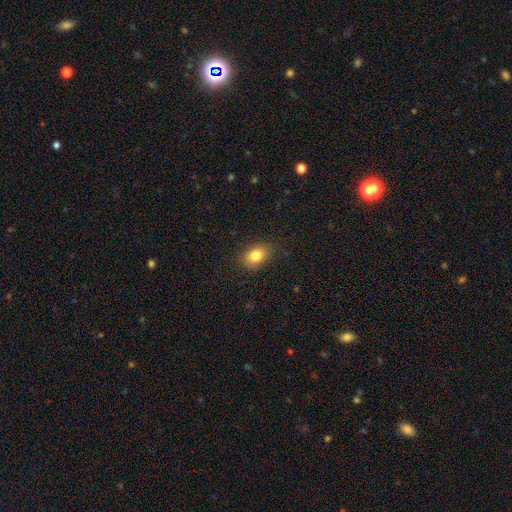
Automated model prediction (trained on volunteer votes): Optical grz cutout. It shows a smooth galaxy with no disk features (83%) that is in between round and cigar-shaped (80%). Merging: none (85%).